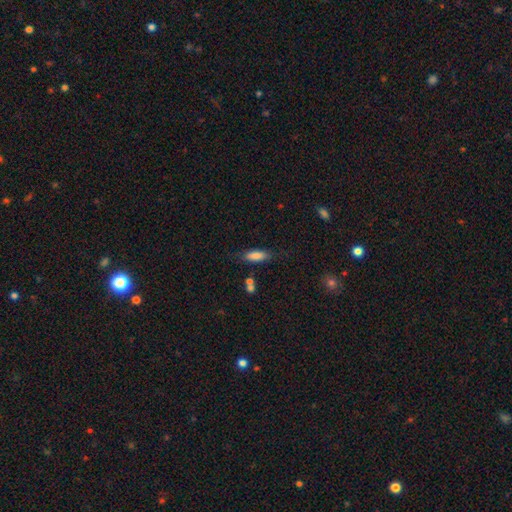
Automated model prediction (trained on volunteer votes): smooth-or-featured: smooth: 81% | featured or disk: 11% | star or artifact: 7%
  how-rounded: in between: 66% | cigar-shaped: 32% | round: 2%
  merging: none: 72% | minor disturbance: 18% | major disturbance: 5% | merger: 5%